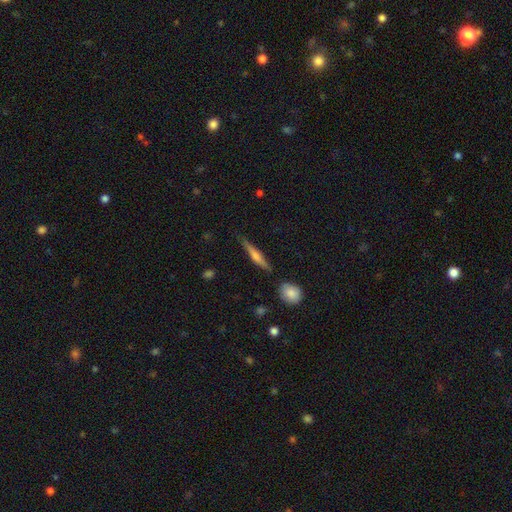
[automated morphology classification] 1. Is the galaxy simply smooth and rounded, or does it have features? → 60% featured or disk, 33% smooth, 7% star or artifact.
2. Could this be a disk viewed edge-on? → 97% yes, 3% no.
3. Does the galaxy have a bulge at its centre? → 77% rounded, 12% none, 12% boxy.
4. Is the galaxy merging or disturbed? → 83% none, 11% minor disturbance, 3% merger, 3% major disturbance.